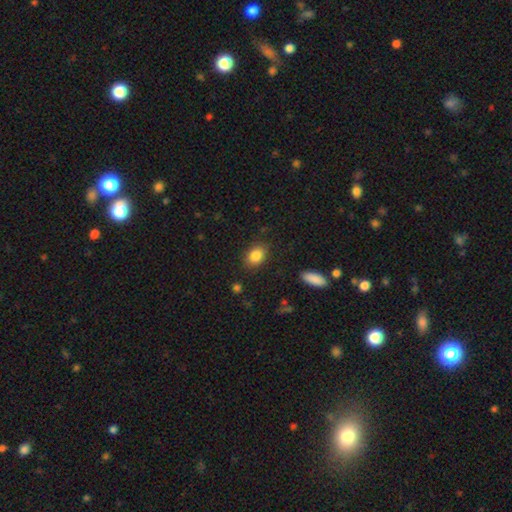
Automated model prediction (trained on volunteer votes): The model was most divided on "how rounded": in between: 74%, round: 24%, cigar-shaped: 1%. More confident: smooth or featured — smooth (85%); merging — none (84%).